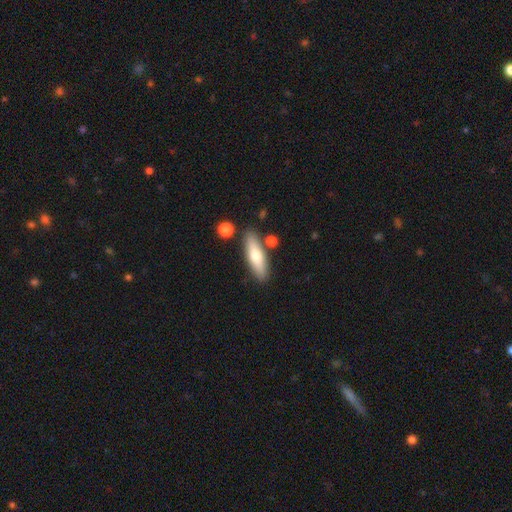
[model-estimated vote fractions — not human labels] smooth 64%, featured or disk 31%, star or artifact 6%. Down the decision tree: how rounded — cigar-shaped (57%); merging — none (81%).